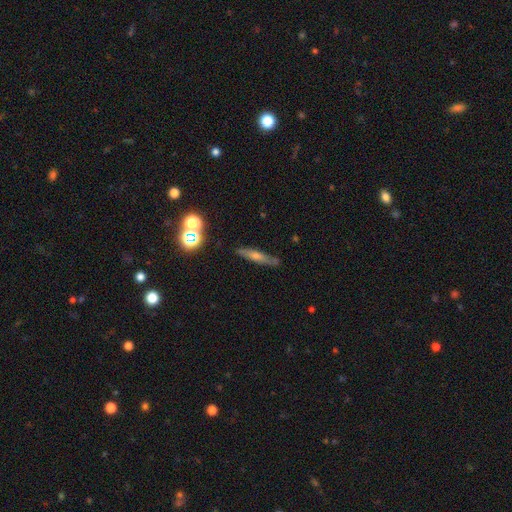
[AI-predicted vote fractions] The model was most divided on "smooth or featured": featured or disk: 46%, smooth: 41%, star or artifact: 14%. More confident: merging — none (82%).